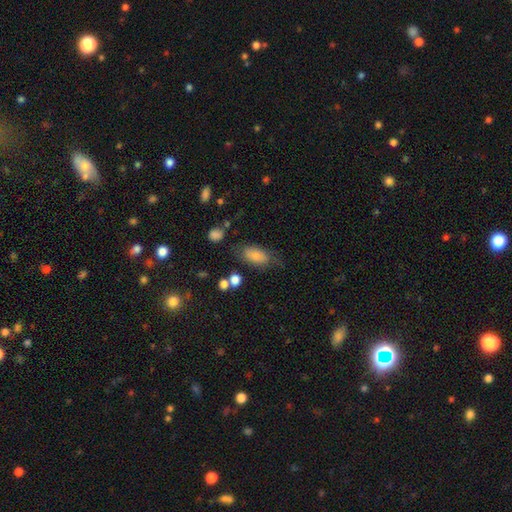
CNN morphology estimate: Smooth or featured? Predicted: smooth (p=0.78). How rounded? Predicted: in between (p=0.89). Merging? Predicted: none (p=0.60).